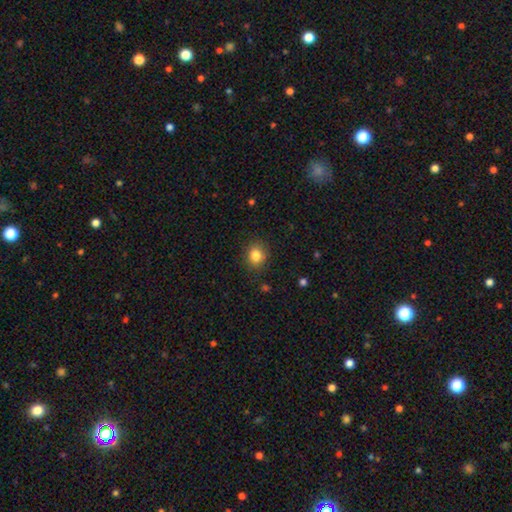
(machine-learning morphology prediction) Smooth or featured: smooth — 82% (star or artifact — 11%)
How rounded: round — 74% (in between — 25%)
Merging: none — 86% (minor disturbance — 10%)